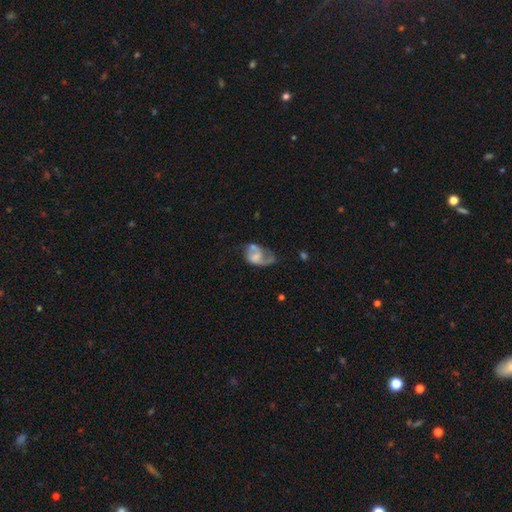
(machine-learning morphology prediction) Q: Smooth or featured?
A: featured or disk (61%); runner-up: smooth (31%)
Q: Edge-on disk?
A: no (97%); runner-up: yes (3%)
Q: Bar?
A: no (59%); runner-up: weak (33%)
Q: Spiral arms?
A: yes (72%); runner-up: no (28%)
Q: Bulge size?
A: none (35%); runner-up: small (29%)
Q: Merging?
A: major disturbance (34%); runner-up: none (29%)